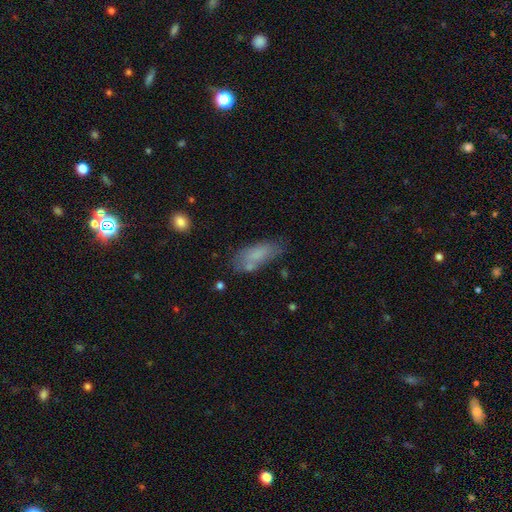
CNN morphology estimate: This is likely a smooth galaxy (73%). How rounded: likely in between (73%). Merging: possibly none (54%).